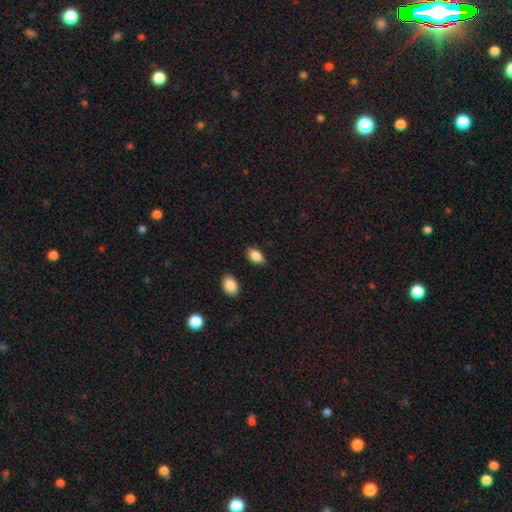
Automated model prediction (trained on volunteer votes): smooth_or_featured: smooth (p=0.84) [alt: featured or disk p=0.08]
how_rounded: in between (p=0.89) [alt: round p=0.08]
merging: none (p=0.77) [alt: minor disturbance p=0.17]